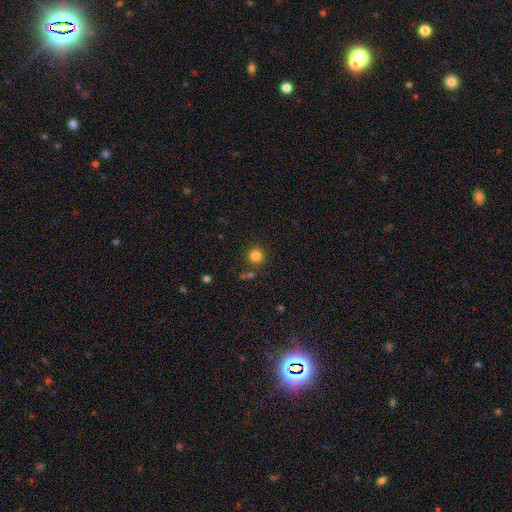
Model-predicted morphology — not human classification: Q: Smooth or featured?
A: smooth (83%); runner-up: star or artifact (12%)
Q: How rounded?
A: round (93%); runner-up: in between (6%)
Q: Merging?
A: none (84%); runner-up: minor disturbance (8%)